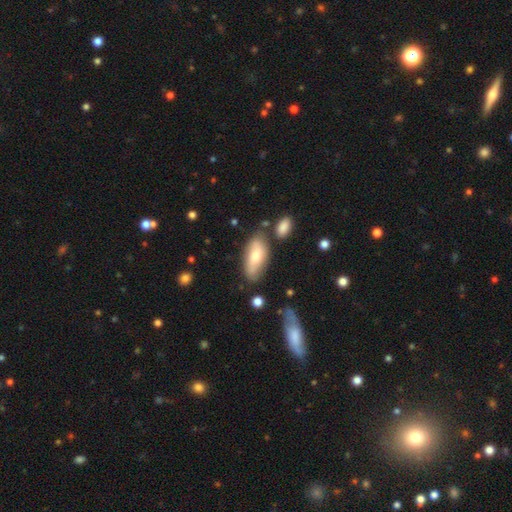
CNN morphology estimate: type=smooth (67%); roundness=in between (83%); merging=none (64%).